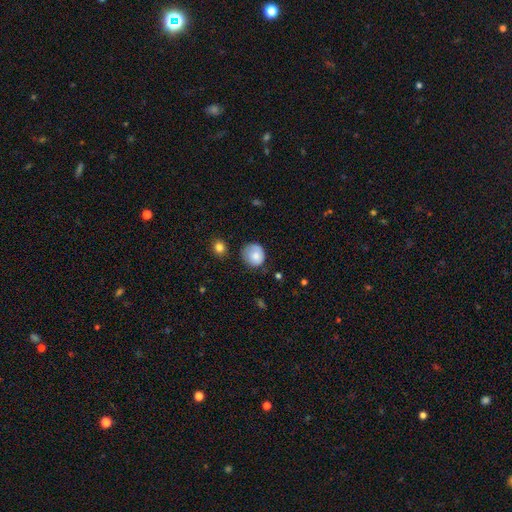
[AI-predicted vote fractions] Smooth or featured?
  - smooth: 76% *
  - featured or disk: 16%
  - star or artifact: 8%
How rounded?
  - round: 79% *
  - in between: 20%
  - cigar-shaped: 1%
Merging?
  - none: 57% *
  - minor disturbance: 31%
  - major disturbance: 10%
  - merger: 2%